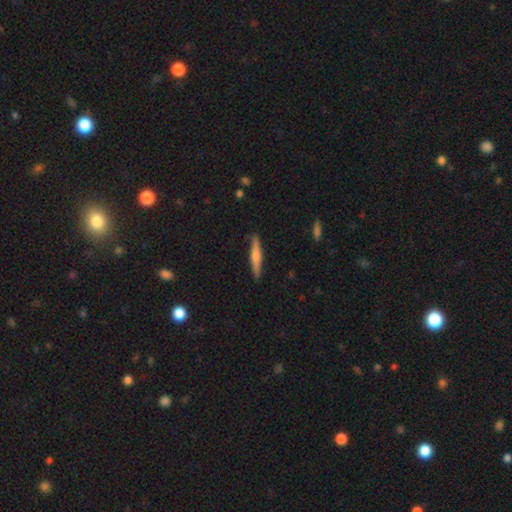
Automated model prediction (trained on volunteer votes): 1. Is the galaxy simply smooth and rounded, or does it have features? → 49% featured or disk, 46% smooth, 6% star or artifact.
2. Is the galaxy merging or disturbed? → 90% none, 8% minor disturbance, 1% major disturbance, 1% merger.